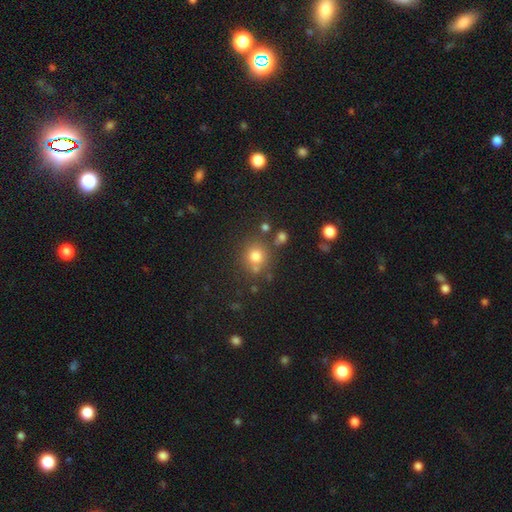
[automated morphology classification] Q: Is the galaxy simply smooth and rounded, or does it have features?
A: smooth — 75%.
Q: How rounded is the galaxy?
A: round — 87%.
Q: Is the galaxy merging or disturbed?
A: none — 71%.